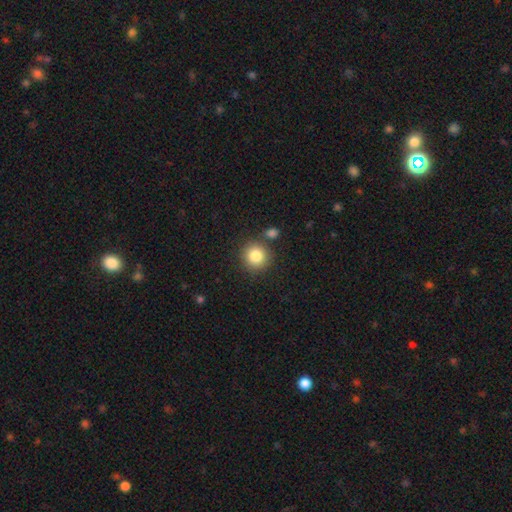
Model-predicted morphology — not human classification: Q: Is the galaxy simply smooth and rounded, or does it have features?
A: smooth — 84%.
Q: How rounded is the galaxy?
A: round — 92%.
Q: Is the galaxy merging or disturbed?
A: none — 79%.